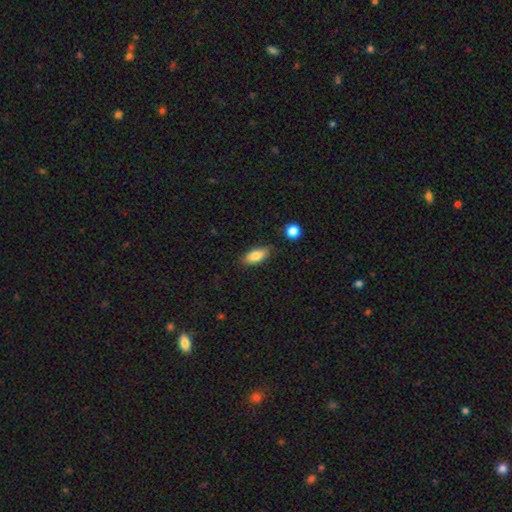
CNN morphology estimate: Smooth or featured: smooth — 82% (featured or disk — 11%)
How rounded: in between — 85% (cigar-shaped — 12%)
Merging: none — 82% (minor disturbance — 13%)